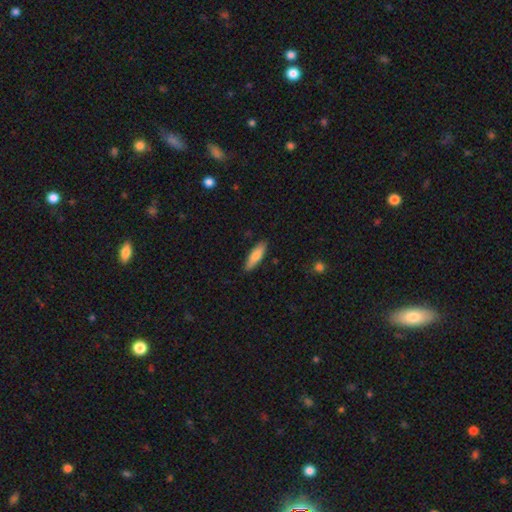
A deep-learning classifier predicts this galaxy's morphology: Smooth or featured? Predicted: smooth (p=0.78). How rounded? Predicted: cigar-shaped (p=0.61). Merging? Predicted: none (p=0.86).